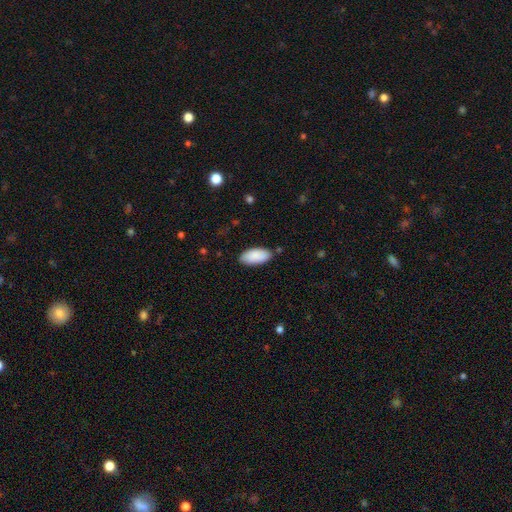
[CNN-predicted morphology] Smooth or featured? Predicted: smooth (p=0.89). How rounded? Predicted: in between (p=0.93). Merging? Predicted: none (p=0.83).